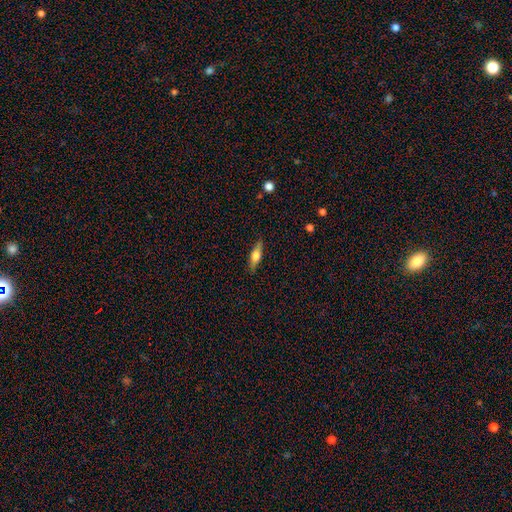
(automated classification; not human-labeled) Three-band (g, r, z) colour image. It shows a smooth galaxy with no disk features (47%). Merging: none (86%).